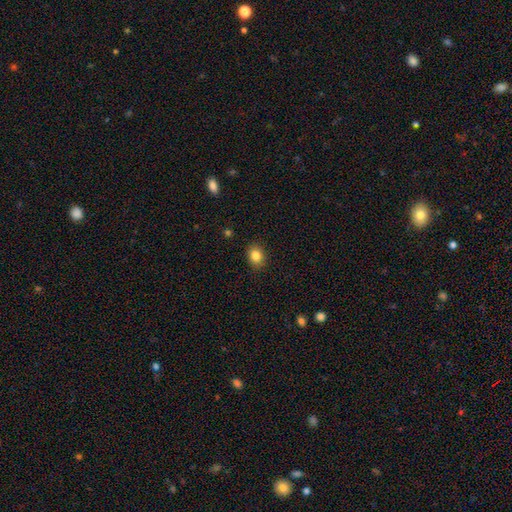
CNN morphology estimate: smooth_or_featured: smooth (p=0.84) [alt: star or artifact p=0.10]
how_rounded: round (p=0.52) [alt: in between p=0.47]
merging: none (p=0.89) [alt: minor disturbance p=0.08]